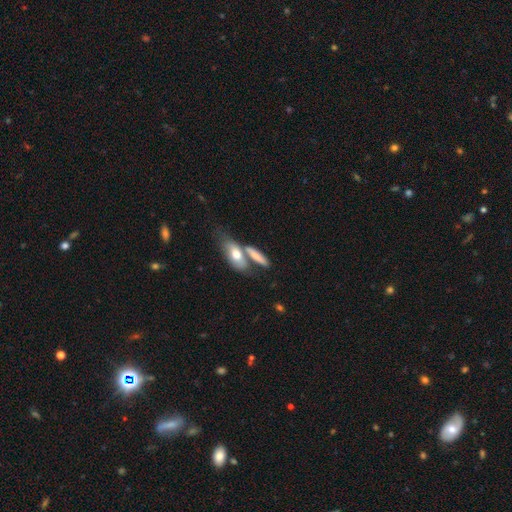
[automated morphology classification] Smooth or featured? smooth (68%)
How rounded? in between (54%)
Merging? merger (45%)